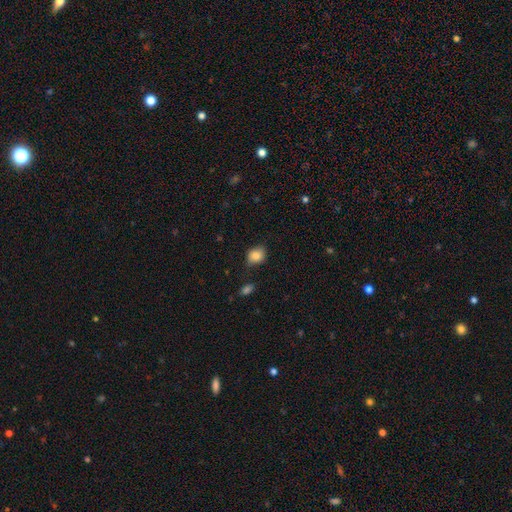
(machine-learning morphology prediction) type=smooth (83%); roundness=in between (53%); merging=none (75%).